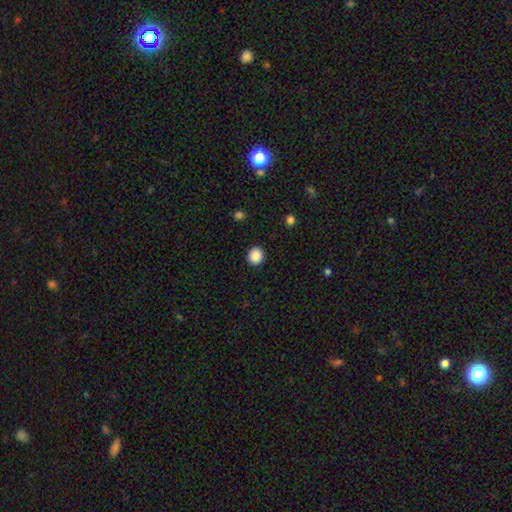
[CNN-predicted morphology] smooth 88%, star or artifact 9%, featured or disk 3%. Down the decision tree: how rounded — round (91%); merging — none (93%).